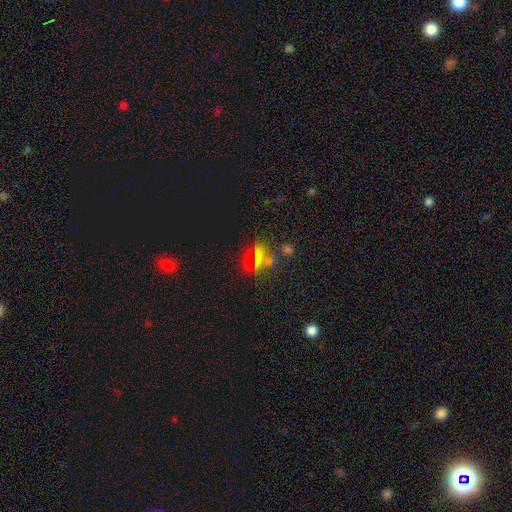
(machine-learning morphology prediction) Smooth or featured: smooth — 46% (star or artifact — 41%)
Merging: none — 73% (minor disturbance — 13%)